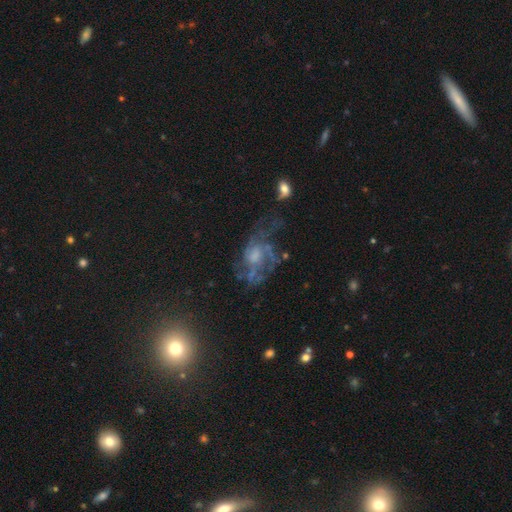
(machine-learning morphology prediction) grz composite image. It shows a featured or disk galaxy (71%) with no bar (72%), spiral arms (66%) and a moderate central bulge (41%). Merging: none (38%).